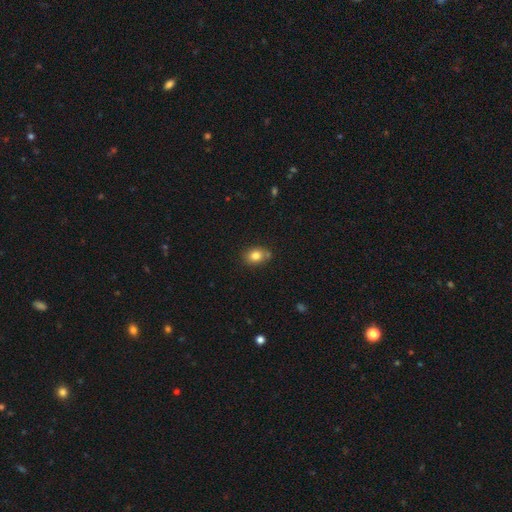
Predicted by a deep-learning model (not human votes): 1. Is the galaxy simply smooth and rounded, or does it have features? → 81% smooth, 10% star or artifact, 9% featured or disk.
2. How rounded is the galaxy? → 53% in between, 46% round, 1% cigar-shaped.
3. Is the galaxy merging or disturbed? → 74% none, 16% minor disturbance, 7% merger, 3% major disturbance.